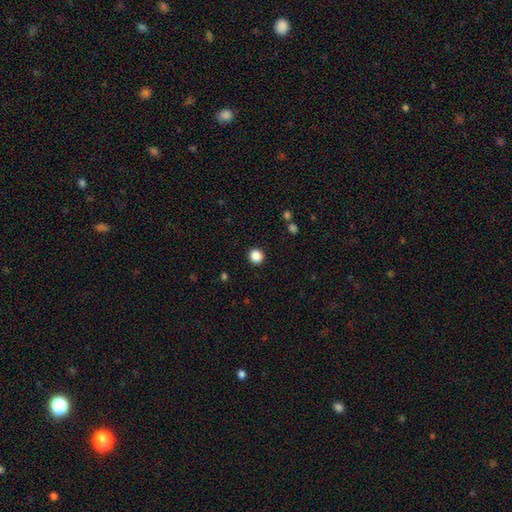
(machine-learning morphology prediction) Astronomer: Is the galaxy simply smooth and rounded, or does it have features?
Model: smooth — 87%.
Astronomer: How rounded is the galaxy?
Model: round — 90%.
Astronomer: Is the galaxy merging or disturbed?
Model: none — 92%.